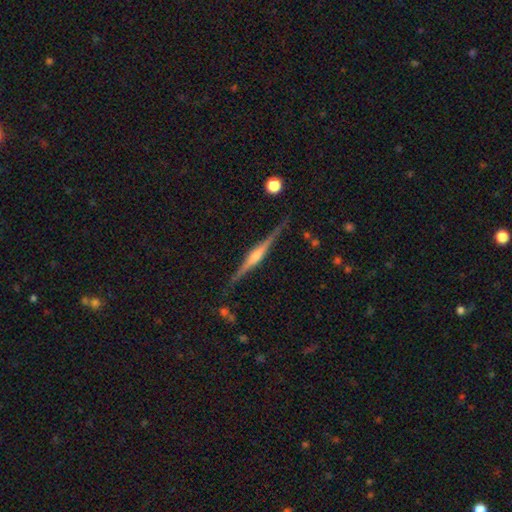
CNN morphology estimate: Smooth or featured? featured or disk (85%)
Edge-on disk? yes (98%)
Edge-on bulge? rounded (80%)
Merging? none (88%)